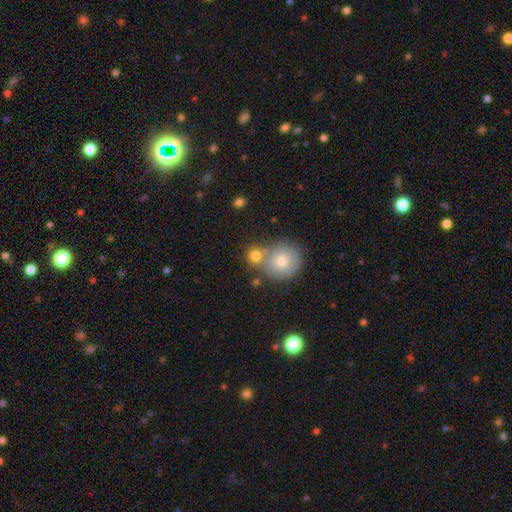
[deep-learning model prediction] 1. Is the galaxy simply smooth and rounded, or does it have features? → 76% smooth, 14% featured or disk, 10% star or artifact.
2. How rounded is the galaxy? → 88% round, 11% in between, 1% cigar-shaped.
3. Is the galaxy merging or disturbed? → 48% none, 40% merger, 8% minor disturbance, 3% major disturbance.